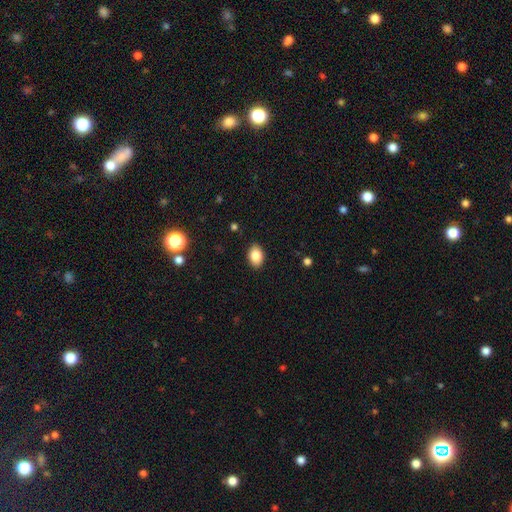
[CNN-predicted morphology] This appears to be a smooth galaxy with no disk features (84%) that is in between round and cigar-shaped (82%). Merging: none (89%).